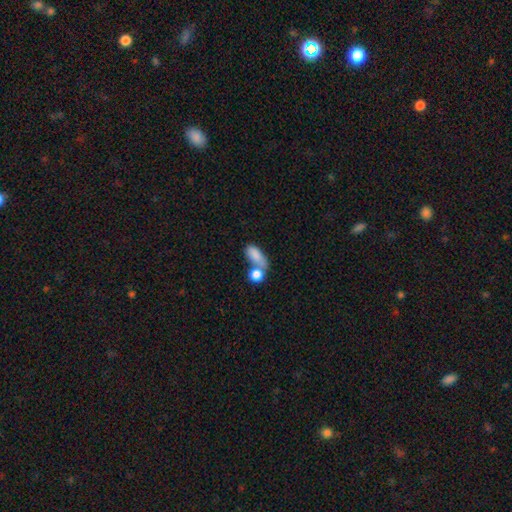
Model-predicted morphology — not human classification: Overall: smooth (81%). How rounded: in between (79%). Merging: merger (46%; none 31%).